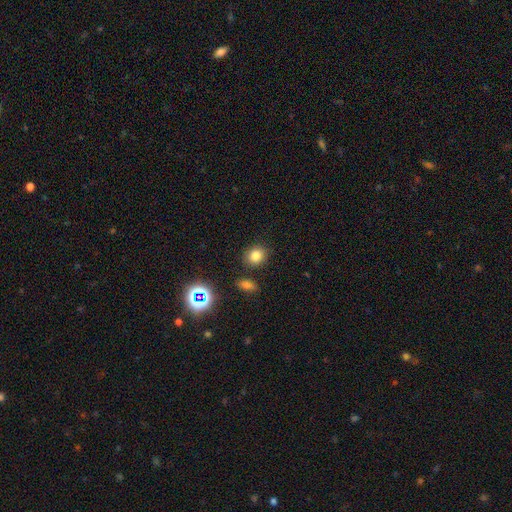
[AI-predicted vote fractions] Smooth or featured? Predicted: smooth (p=0.78). How rounded? Predicted: round (p=0.70). Merging? Predicted: none (p=0.84).